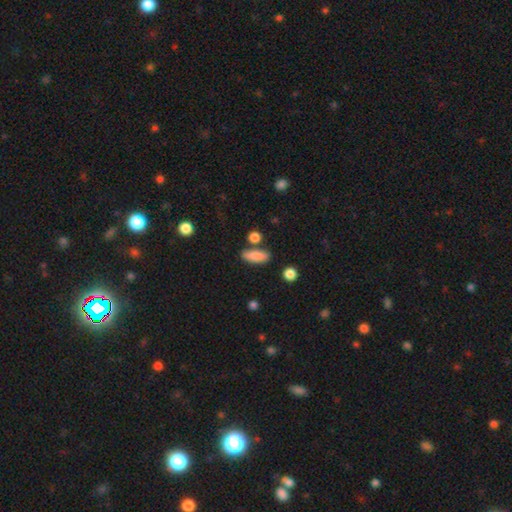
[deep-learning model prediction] This appears to be a smooth galaxy with no disk features (87%) that is in between round and cigar-shaped (67%). Merging: none (76%).